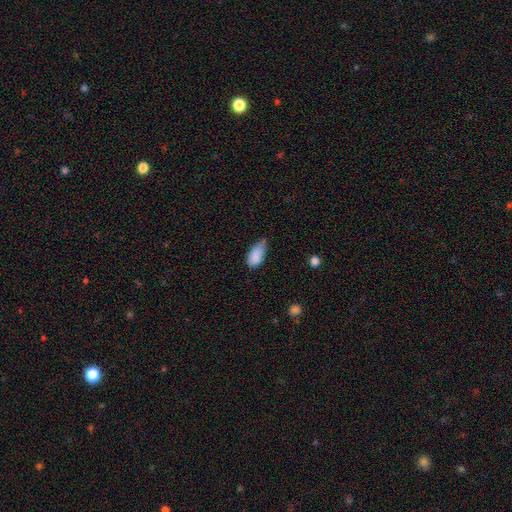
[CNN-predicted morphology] A smooth galaxy with no disk features (87%) that is in between round and cigar-shaped (92%). Merging: minor disturbance (50%).